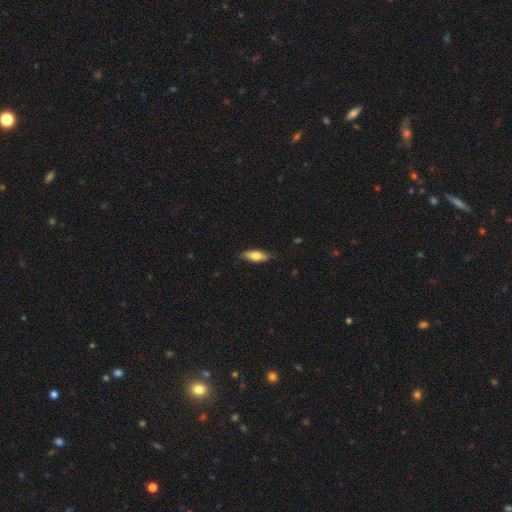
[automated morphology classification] Smooth or featured?
  - smooth: 75% *
  - featured or disk: 19%
  - star or artifact: 6%
How rounded?
  - in between: 70% *
  - cigar-shaped: 27%
  - round: 3%
Merging?
  - none: 79% *
  - minor disturbance: 17%
  - major disturbance: 3%
  - merger: 1%